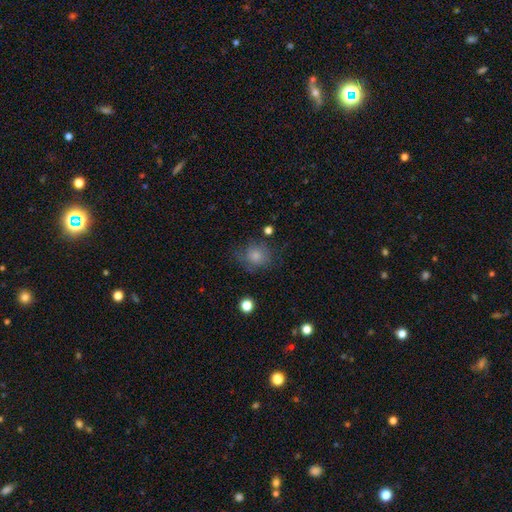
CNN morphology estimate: smooth_or_featured: smooth (p=0.77) [alt: star or artifact p=0.12]
how_rounded: round (p=0.77) [alt: in between p=0.22]
merging: none (p=0.66) [alt: minor disturbance p=0.21]